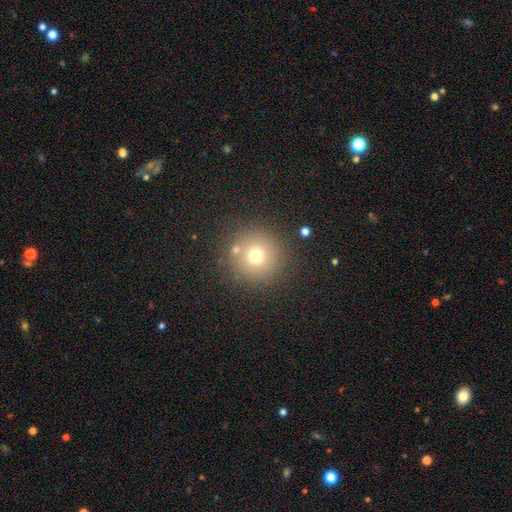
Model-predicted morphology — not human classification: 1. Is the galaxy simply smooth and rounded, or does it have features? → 70% smooth, 18% star or artifact, 12% featured or disk.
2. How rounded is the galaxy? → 95% round, 4% in between, 1% cigar-shaped.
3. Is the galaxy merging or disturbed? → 83% none, 8% minor disturbance, 6% merger, 4% major disturbance.